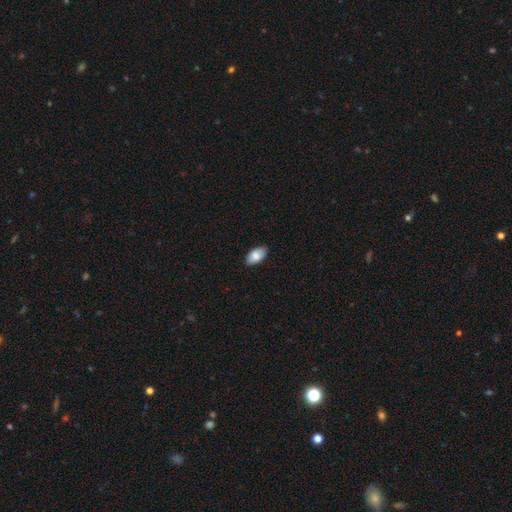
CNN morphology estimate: This is clearly a smooth galaxy (84%). How rounded: clearly in between (95%). Merging: clearly none (88%).